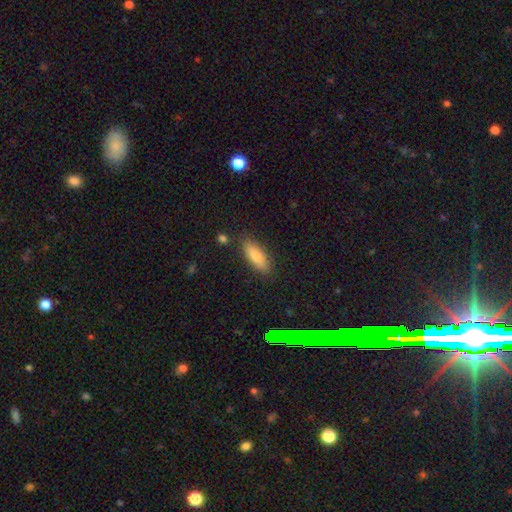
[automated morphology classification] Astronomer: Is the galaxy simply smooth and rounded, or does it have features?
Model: smooth — 80%.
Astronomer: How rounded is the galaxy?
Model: in between — 65%.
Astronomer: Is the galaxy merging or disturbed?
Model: none — 84%.